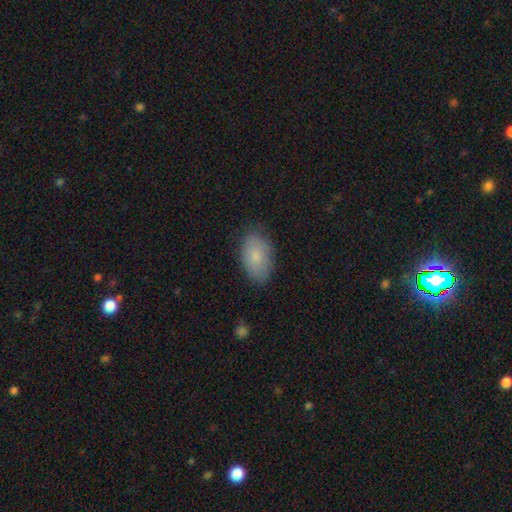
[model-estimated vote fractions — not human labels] smooth-or-featured: smooth: 81% | featured or disk: 12% | star or artifact: 7%
  how-rounded: in between: 91% | round: 8% | cigar-shaped: 1%
  merging: none: 81% | minor disturbance: 15% | major disturbance: 3% | merger: 1%